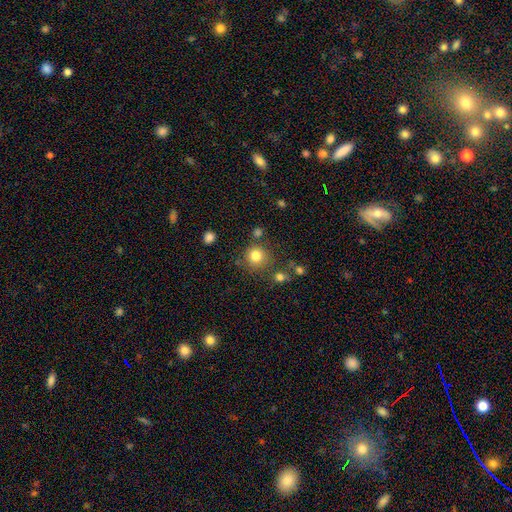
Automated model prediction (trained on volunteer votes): Morphology: type=smooth (81%); roundness=round (92%); merging=none (78%).